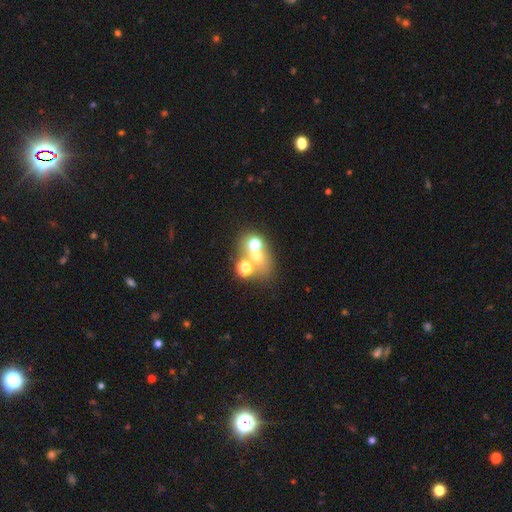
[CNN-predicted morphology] This appears to be a smooth galaxy with no disk features (51%) that is round (64%). Merging: merger (44%, tied with none).